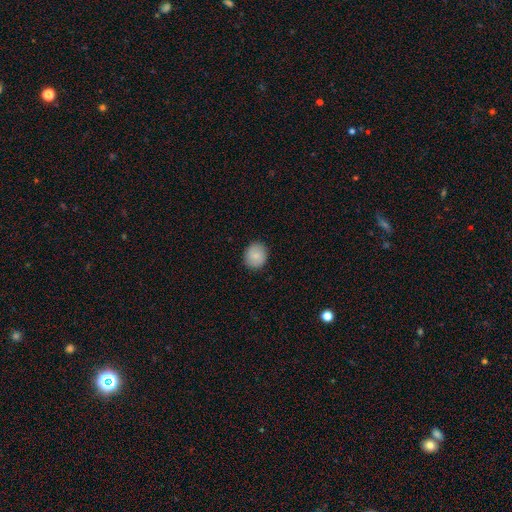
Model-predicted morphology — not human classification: This appears to be a smooth galaxy with no disk features (84%) that is round (83%). Merging: none (90%).